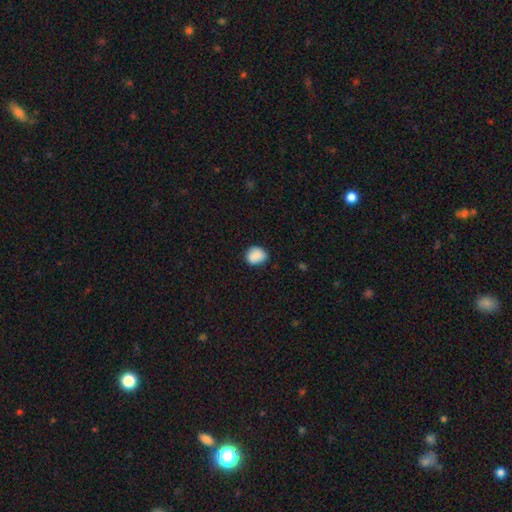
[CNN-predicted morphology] A smooth galaxy with no disk features (87%) that is round (65%). Merging: none (77%).